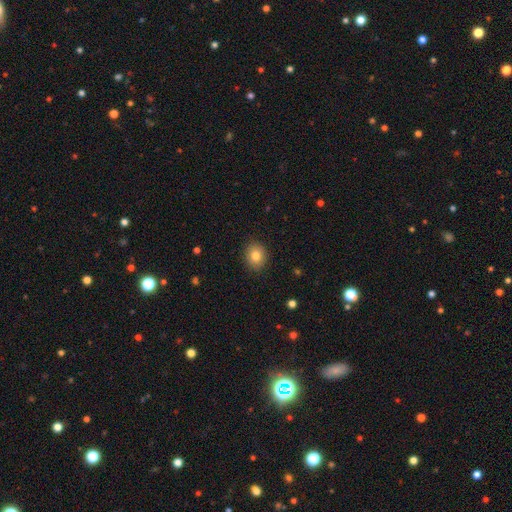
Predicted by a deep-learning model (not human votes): A smooth galaxy with no disk features (82%) that is round (67%).

Vote fractions:
- Smooth or featured? smooth: 82% / star or artifact: 10% / featured or disk: 8%
- How rounded? round: 67% / in between: 32% / cigar-shaped: 1%
- Merging? none: 89% / minor disturbance: 8% / major disturbance: 2% / merger: 1%